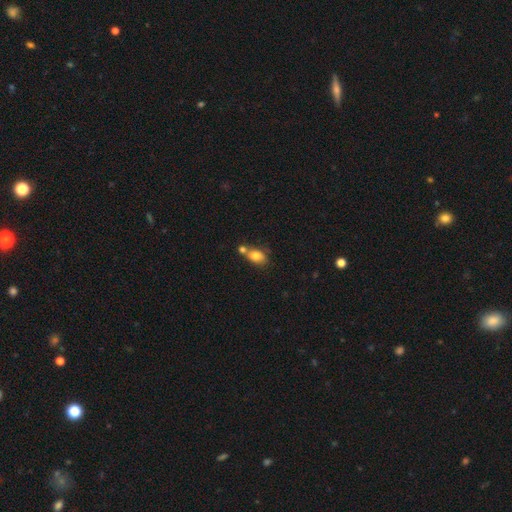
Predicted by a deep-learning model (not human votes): The model was most divided on "merging": none: 41%, merger: 40%, minor disturbance: 14%, major disturbance: 5%. More confident: smooth or featured — smooth (79%); how rounded — in between (77%).